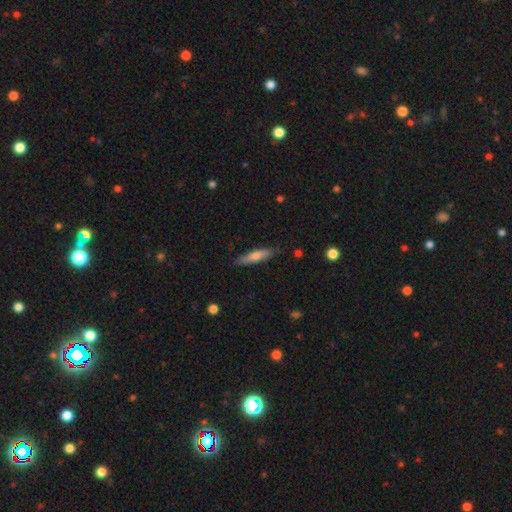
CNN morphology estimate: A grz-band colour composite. It shows a smooth galaxy with no disk features (59%) that is cigar-shaped (83%). Merging: none (87%).